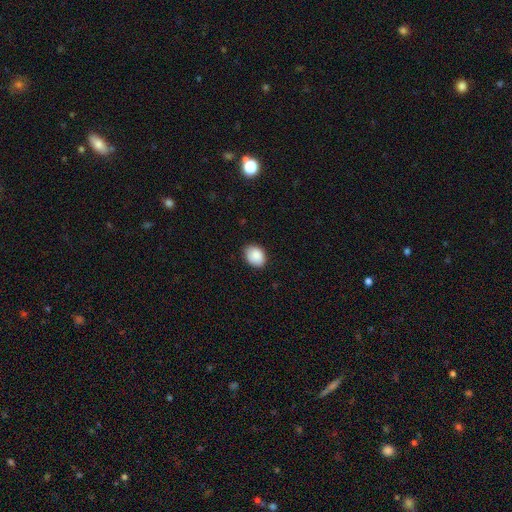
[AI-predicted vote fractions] A smooth galaxy with no disk features (89%) that is in between round and cigar-shaped (68%).

Vote fractions:
- Smooth or featured? smooth: 89% / star or artifact: 7% / featured or disk: 4%
- How rounded? in between: 68% / round: 31% / cigar-shaped: 1%
- Merging? none: 82% / minor disturbance: 14% / major disturbance: 2% / merger: 1%